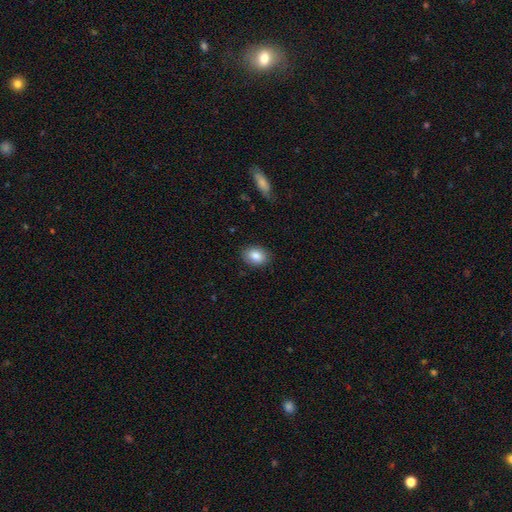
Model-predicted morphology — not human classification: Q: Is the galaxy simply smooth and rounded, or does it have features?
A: smooth — 85%.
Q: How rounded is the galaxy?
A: in between — 66%.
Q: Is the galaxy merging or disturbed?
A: none — 86%.